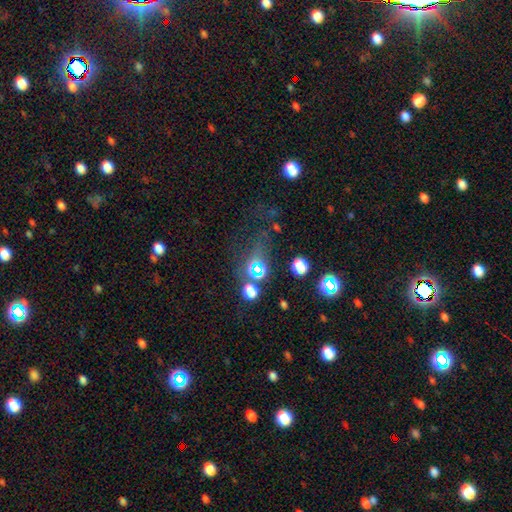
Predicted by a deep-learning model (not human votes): The model was most divided on "smooth or featured": star or artifact: 44%, smooth: 38%, featured or disk: 18%.